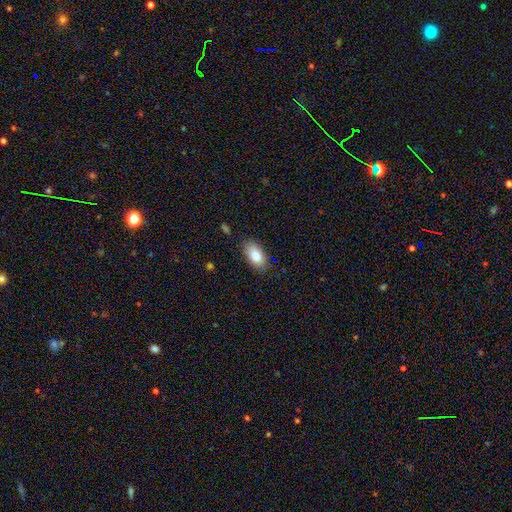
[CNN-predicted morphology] A smooth galaxy with no disk features (81%) that is in between round and cigar-shaped (93%). Merging: none (84%).